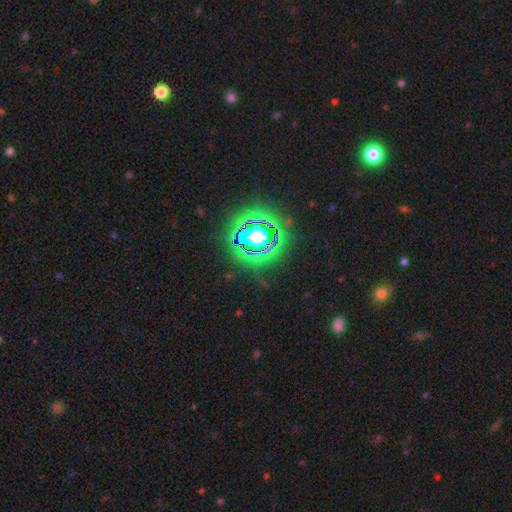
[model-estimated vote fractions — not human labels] Smooth or featured? Predicted: star or artifact (p=0.83).